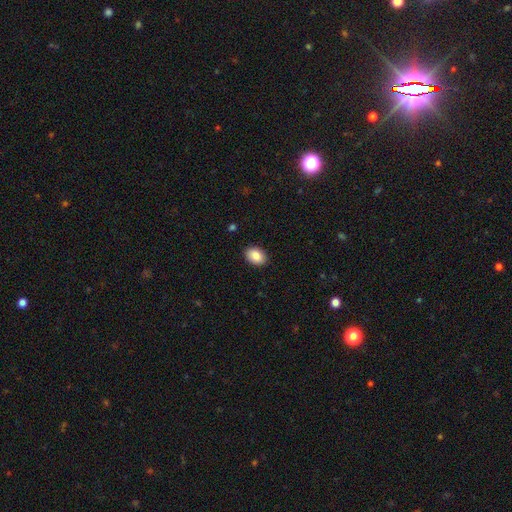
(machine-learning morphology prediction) Overall: smooth (87%). How rounded: in between (81%). Merging: none (90%).